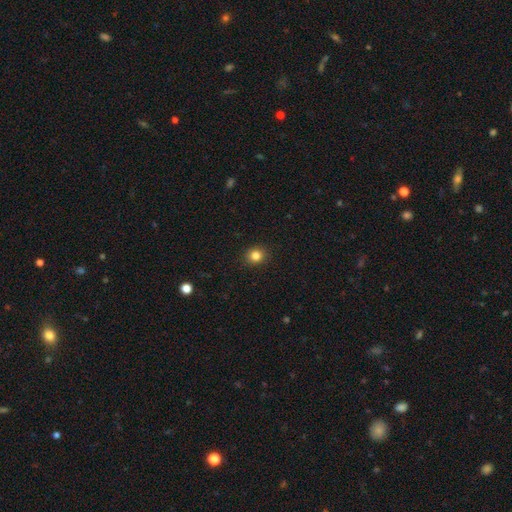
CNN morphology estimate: This is clearly a smooth galaxy (84%). How rounded: clearly round (82%). Merging: clearly none (91%).